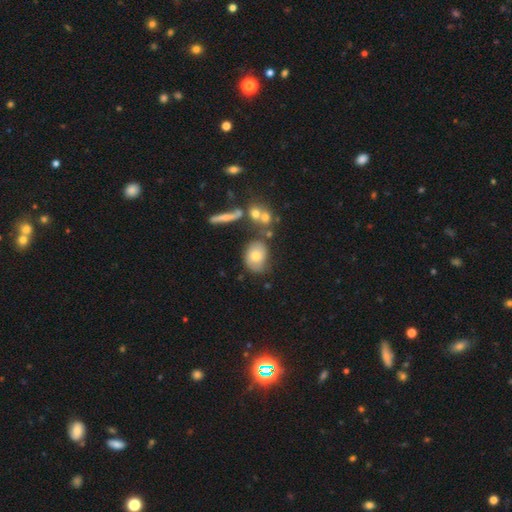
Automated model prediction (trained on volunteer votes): Smooth or featured? smooth (62%)
How rounded? in between (66%)
Merging? none (52%)